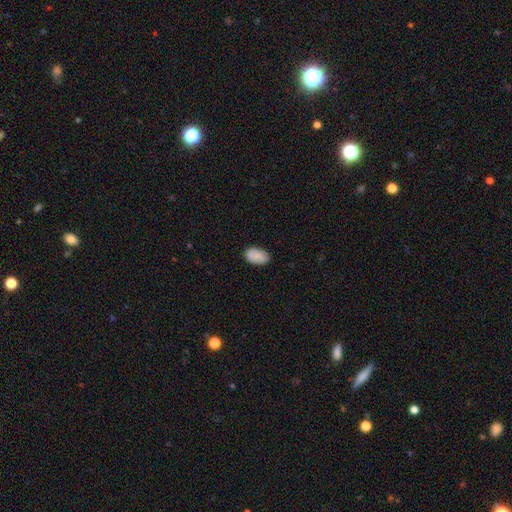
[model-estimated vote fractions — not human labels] The model was most divided on "merging": none: 84%, minor disturbance: 12%, major disturbance: 2%, merger: 1%. More confident: how rounded — in between (93%); smooth or featured — smooth (89%).